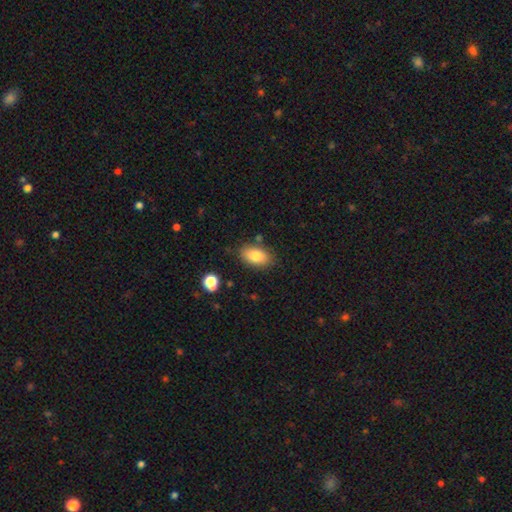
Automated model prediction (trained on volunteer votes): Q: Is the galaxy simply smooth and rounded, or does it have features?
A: smooth — 83%.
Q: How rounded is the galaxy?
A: in between — 91%.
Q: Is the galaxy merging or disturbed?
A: none — 81%.